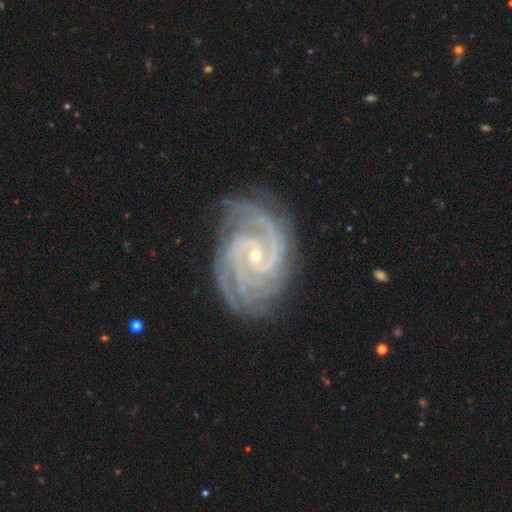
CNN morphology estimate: Q: Smooth or featured?
A: featured or disk (93%); runner-up: star or artifact (5%)
Q: Edge-on disk?
A: no (97%); runner-up: yes (3%)
Q: Bar?
A: no (47%); runner-up: weak (39%)
Q: Spiral arms?
A: yes (99%); runner-up: no (1%)
Q: Spiral winding?
A: tight (69%); runner-up: medium (27%)
Q: Spiral arm count?
A: 2 (32%); runner-up: 3 (21%)
Q: Bulge size?
A: small (75%); runner-up: moderate (22%)
Q: Merging?
A: none (76%); runner-up: minor disturbance (17%)